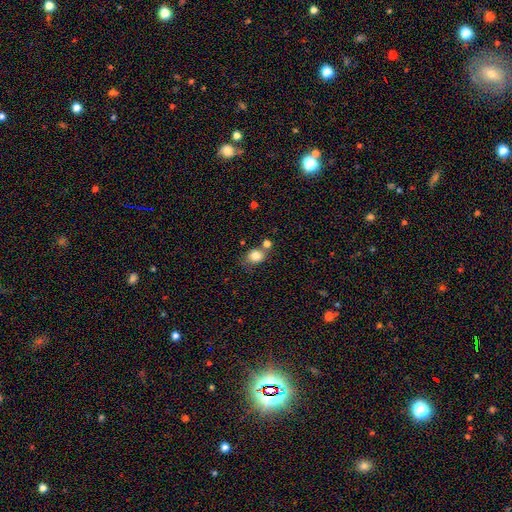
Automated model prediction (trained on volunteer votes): Morphology: type=smooth (82%); roundness=round (57%); merging=none (55%).